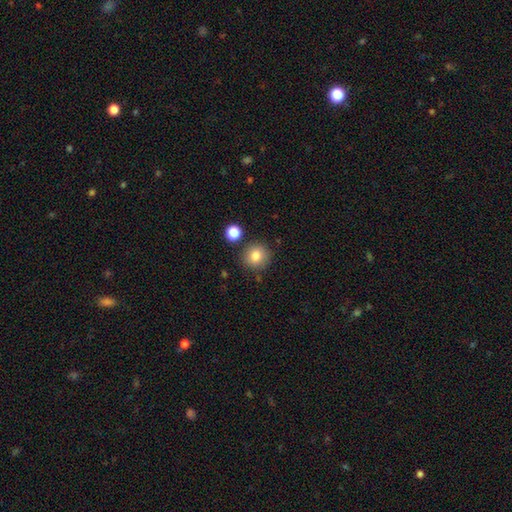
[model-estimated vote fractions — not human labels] Smooth or featured: smooth — 83% (star or artifact — 10%)
How rounded: round — 91% (in between — 8%)
Merging: none — 84% (minor disturbance — 8%)